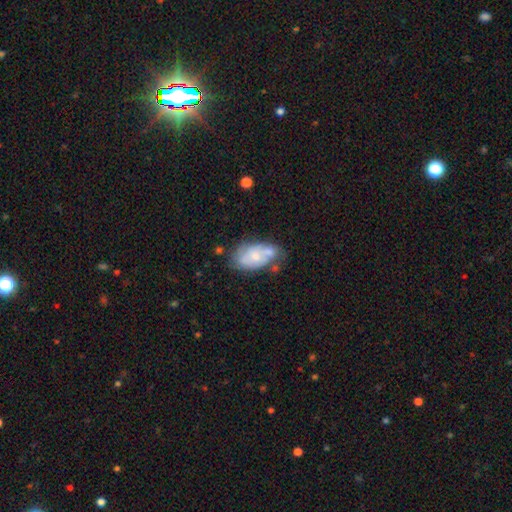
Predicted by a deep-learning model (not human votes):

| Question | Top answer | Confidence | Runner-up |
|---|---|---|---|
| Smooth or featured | featured or disk | 51% | smooth (41%) |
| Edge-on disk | no | 95% | yes (5%) |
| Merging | none | 40% | minor disturbance (26%) |